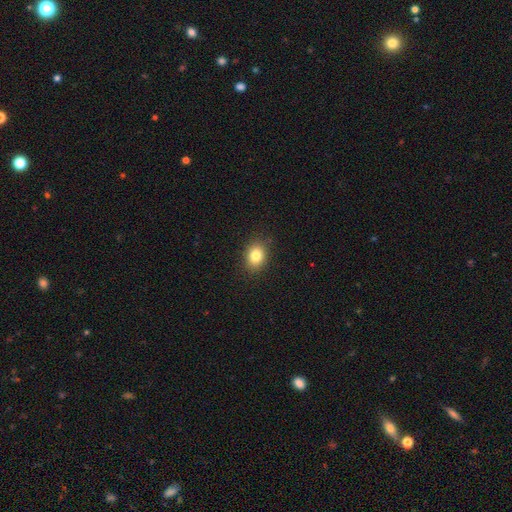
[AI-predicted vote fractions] This appears to be a smooth galaxy with no disk features (82%) that is in between round and cigar-shaped (60%). Merging: none (87%).